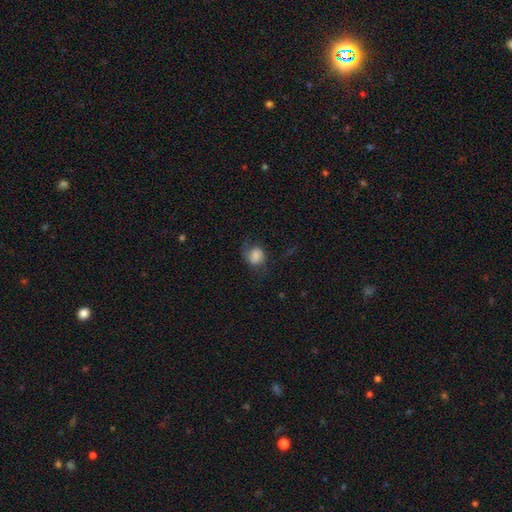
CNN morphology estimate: Smooth or featured? smooth (67%)
How rounded? round (65%)
Merging? none (54%)